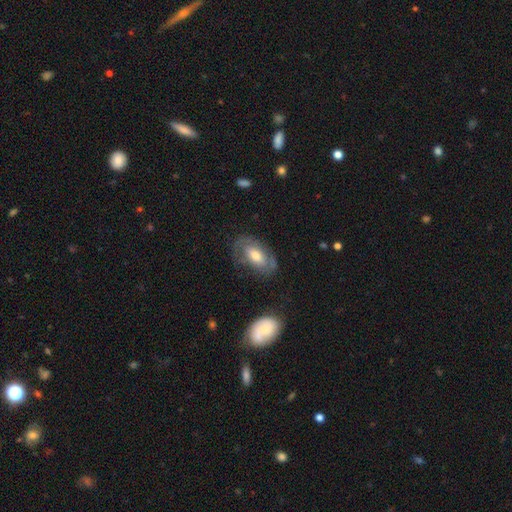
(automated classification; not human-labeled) Morphology: type=featured or disk (51%); edge-on=no (91%); merging=none (68%).